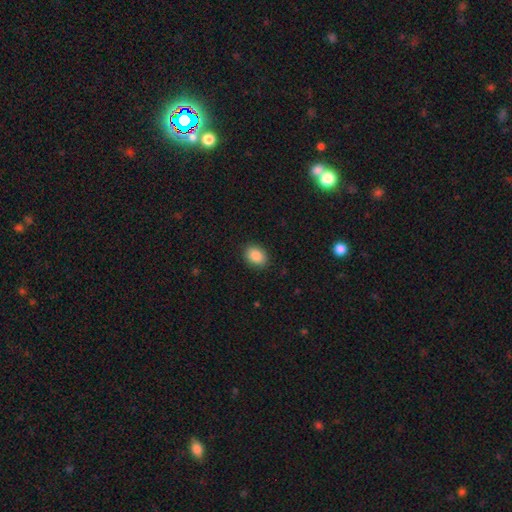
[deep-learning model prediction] The model was most divided on "how rounded": in between: 68%, round: 31%, cigar-shaped: 1%. More confident: merging — none (89%); smooth or featured — smooth (88%).